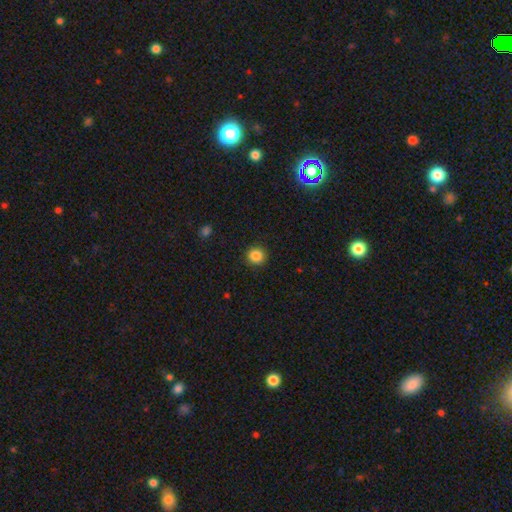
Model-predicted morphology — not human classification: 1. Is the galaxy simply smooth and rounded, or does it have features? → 86% smooth, 10% star or artifact, 4% featured or disk.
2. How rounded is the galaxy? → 94% round, 5% in between, 1% cigar-shaped.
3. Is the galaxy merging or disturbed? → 92% none, 5% minor disturbance, 2% major disturbance, 1% merger.